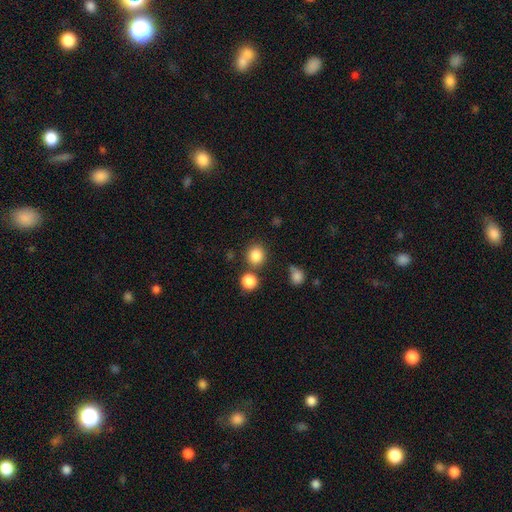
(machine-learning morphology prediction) smooth 84%, star or artifact 11%, featured or disk 4%. Down the decision tree: how rounded — round (86%); merging — none (78%).